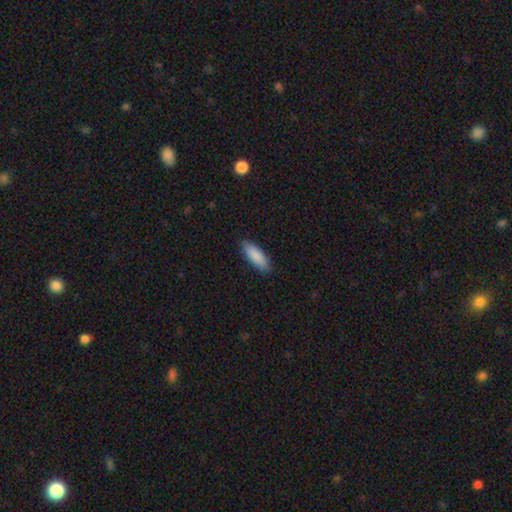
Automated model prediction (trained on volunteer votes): The model was most divided on "how rounded": in between: 61%, cigar-shaped: 38%, round: 1%. More confident: smooth or featured — smooth (89%); merging — none (88%).